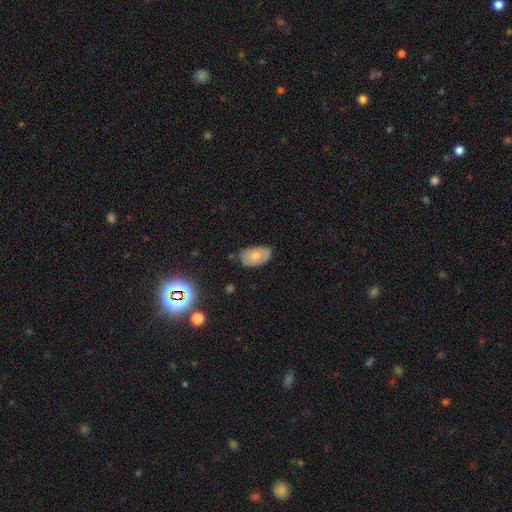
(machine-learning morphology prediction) Smooth or featured?
  - smooth: 66% *
  - featured or disk: 26%
  - star or artifact: 8%
How rounded?
  - in between: 92% *
  - round: 7%
  - cigar-shaped: 1%
Merging?
  - none: 66% *
  - minor disturbance: 27%
  - major disturbance: 5%
  - merger: 2%